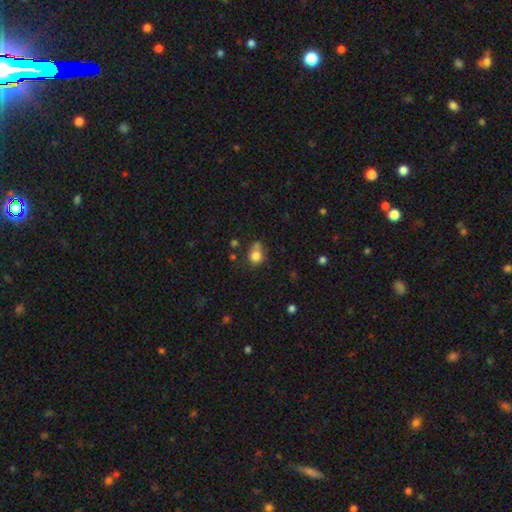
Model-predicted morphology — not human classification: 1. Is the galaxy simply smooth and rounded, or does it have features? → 79% smooth, 12% star or artifact, 9% featured or disk.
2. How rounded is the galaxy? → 74% round, 25% in between, 1% cigar-shaped.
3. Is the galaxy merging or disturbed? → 50% none, 24% merger, 19% minor disturbance, 7% major disturbance.